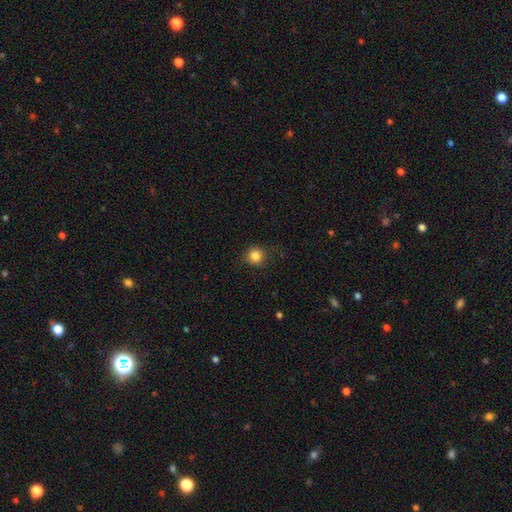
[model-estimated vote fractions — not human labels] A smooth galaxy with no disk features (83%) that is round (89%).

Vote fractions:
- Smooth or featured? smooth: 83% / star or artifact: 12% / featured or disk: 5%
- How rounded? round: 89% / in between: 10% / cigar-shaped: 1%
- Merging? none: 81% / minor disturbance: 14% / major disturbance: 4% / merger: 1%